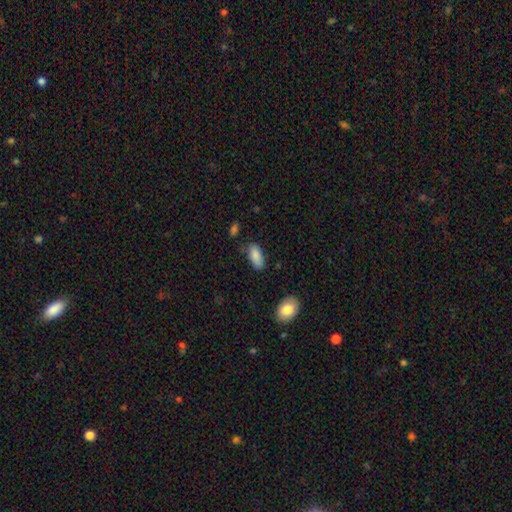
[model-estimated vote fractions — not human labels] Morphology: type=smooth (87%); roundness=in between (90%); merging=none (73%).